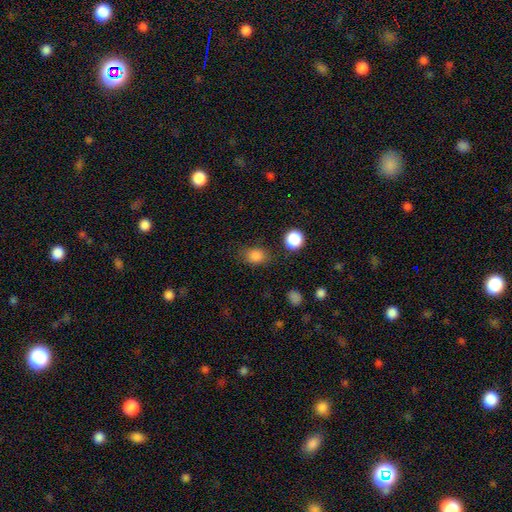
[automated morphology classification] smooth-or-featured: smooth: 84% | star or artifact: 12% | featured or disk: 5%
  how-rounded: in between: 59% | round: 40% | cigar-shaped: 1%
  merging: none: 73% | minor disturbance: 17% | major disturbance: 6% | merger: 4%